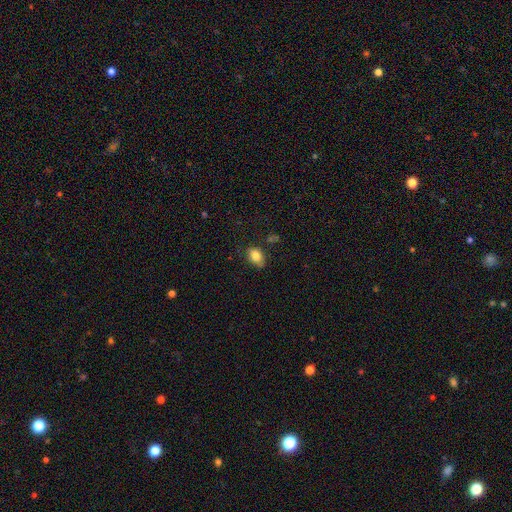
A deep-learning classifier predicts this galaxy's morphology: Overall: smooth (83%). How rounded: in between (79%). Merging: none (72%).